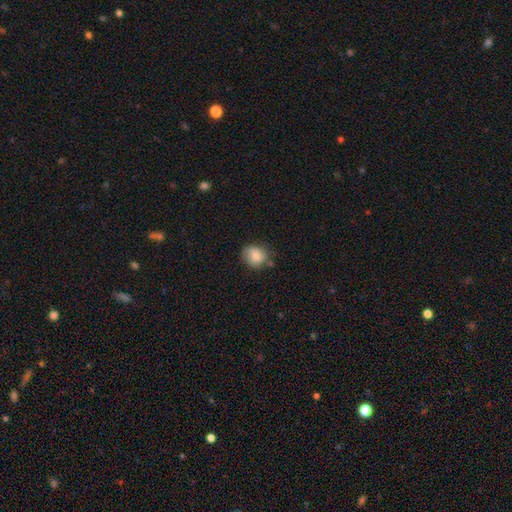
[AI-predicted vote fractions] smooth_or_featured: smooth (p=0.81) [alt: featured or disk p=0.10]
how_rounded: round (p=0.73) [alt: in between p=0.26]
merging: none (p=0.69) [alt: minor disturbance p=0.22]